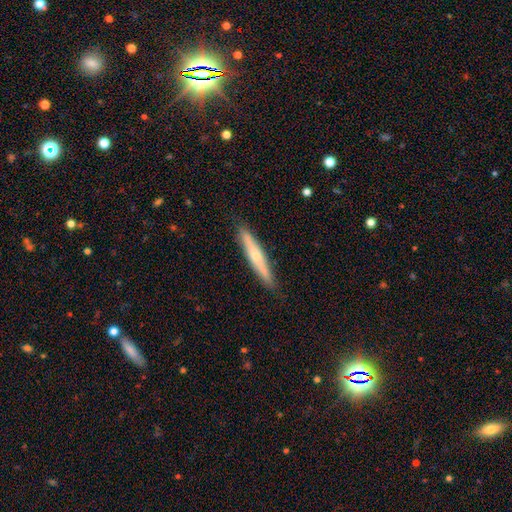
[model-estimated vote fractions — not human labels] Smooth or featured? Predicted: smooth (p=0.48). Merging? Predicted: none (p=0.88).